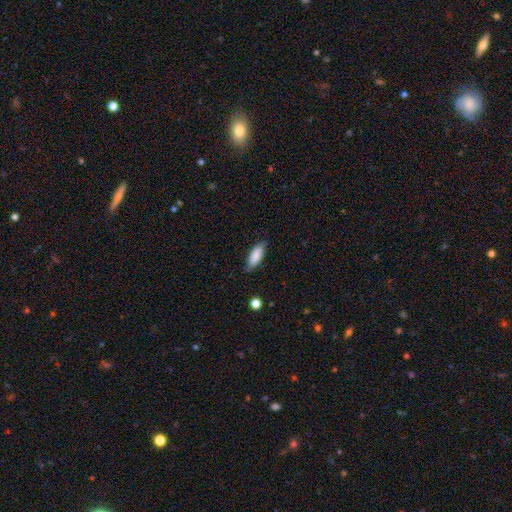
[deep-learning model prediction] Smooth or featured: smooth — 85% (featured or disk — 9%)
How rounded: in between — 73% (cigar-shaped — 26%)
Merging: none — 78% (minor disturbance — 18%)